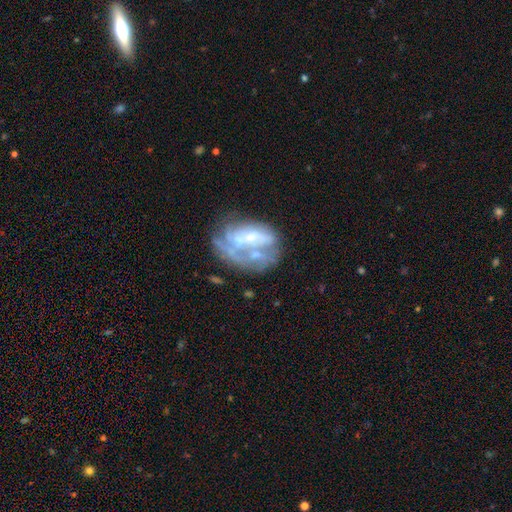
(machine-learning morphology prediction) Smooth or featured: featured or disk — 68% (smooth — 21%)
Edge-on disk: no — 97% (yes — 3%)
Bar: no — 72% (weak — 20%)
Spiral arms: no — 63% (yes — 37%)
Bulge size: small — 45% (none — 26%)
Merging: none — 37% (major disturbance — 29%)